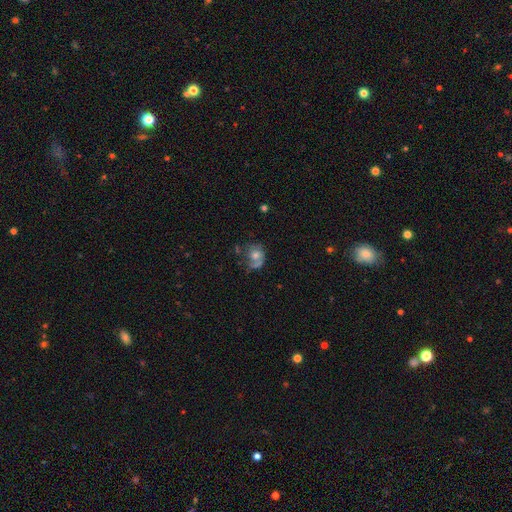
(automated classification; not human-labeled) smooth_or_featured: smooth (p=0.47) [alt: featured or disk p=0.42]
merging: none (p=0.41) [alt: major disturbance p=0.25]